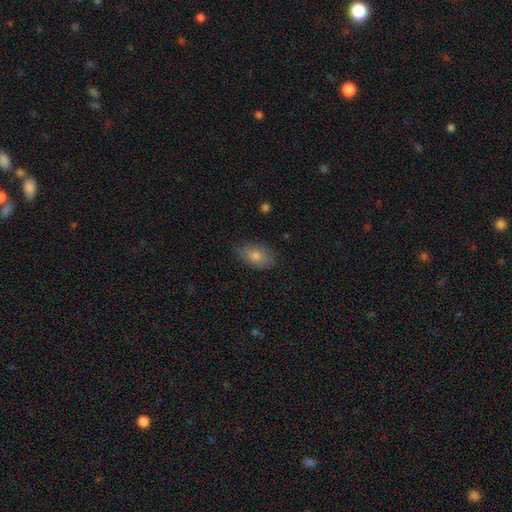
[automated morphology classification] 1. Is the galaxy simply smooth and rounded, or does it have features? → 75% smooth, 16% featured or disk, 9% star or artifact.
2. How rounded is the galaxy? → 89% in between, 8% round, 3% cigar-shaped.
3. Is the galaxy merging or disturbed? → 81% none, 15% minor disturbance, 3% major disturbance, 1% merger.